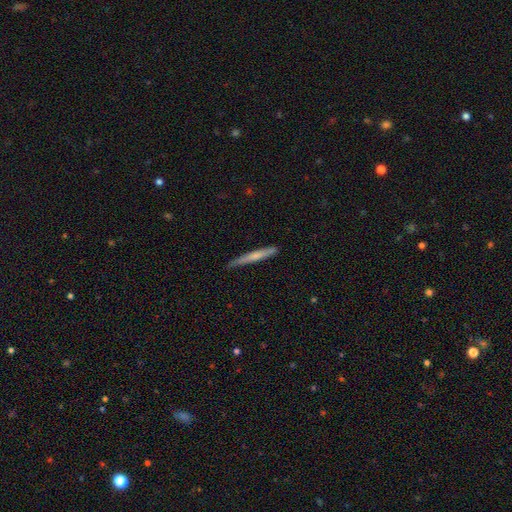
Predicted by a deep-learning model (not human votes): This is possibly a smooth galaxy (57%). How rounded: clearly cigar-shaped (96%). Merging: clearly none (84%).